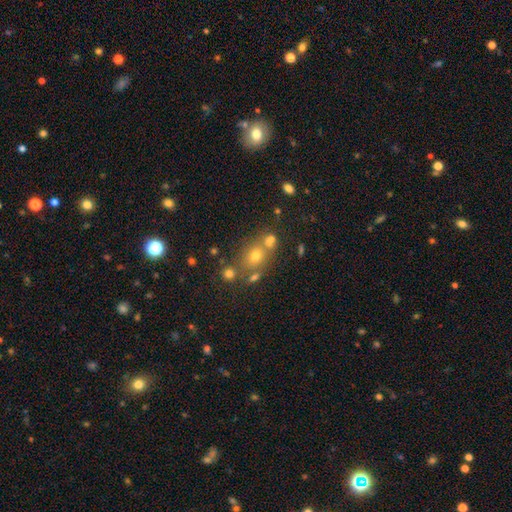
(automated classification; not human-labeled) Smooth or featured?
  - smooth: 52% *
  - star or artifact: 32%
  - featured or disk: 16%
How rounded?
  - round: 75% *
  - in between: 23%
  - cigar-shaped: 3%
Merging?
  - none: 46% *
  - merger: 41%
  - minor disturbance: 8%
  - major disturbance: 4%